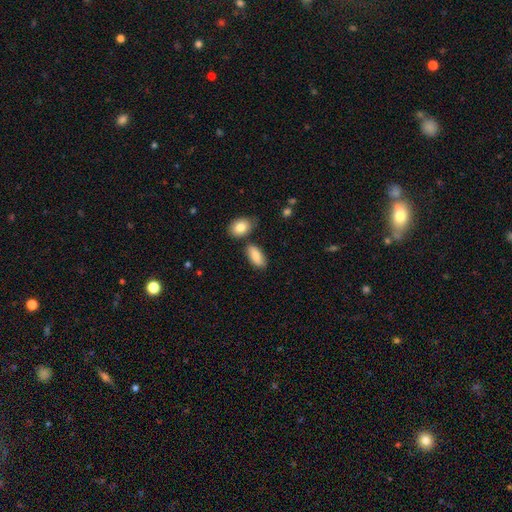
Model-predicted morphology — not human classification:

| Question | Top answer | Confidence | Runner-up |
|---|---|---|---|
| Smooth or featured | smooth | 82% | featured or disk (11%) |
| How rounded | in between | 89% | cigar-shaped (7%) |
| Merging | none | 74% | minor disturbance (14%) |